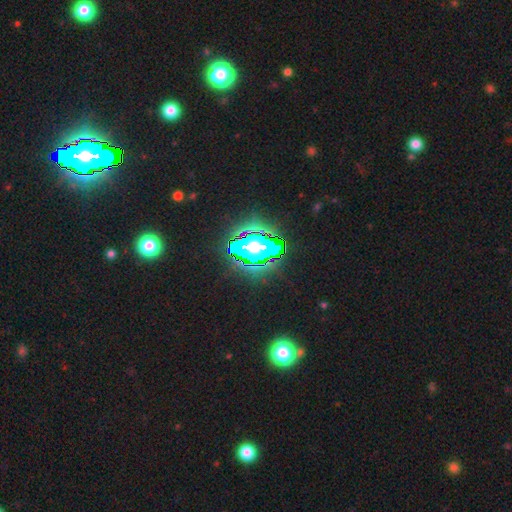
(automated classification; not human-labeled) Smooth or featured?
  - star or artifact: 70% *
  - smooth: 16%
  - featured or disk: 14%